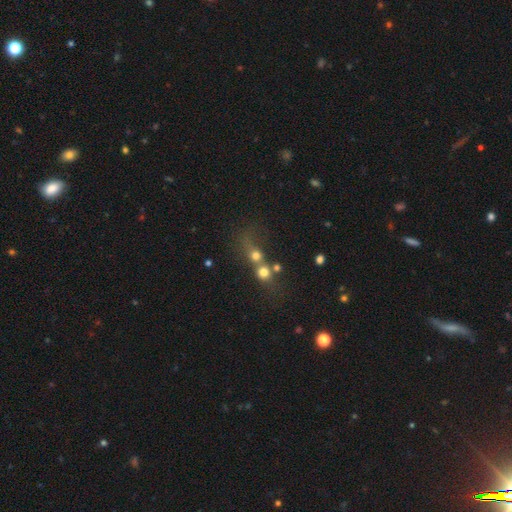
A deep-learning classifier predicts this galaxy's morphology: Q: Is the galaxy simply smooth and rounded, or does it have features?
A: smooth — 47%.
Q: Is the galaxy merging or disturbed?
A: merger — 51%.